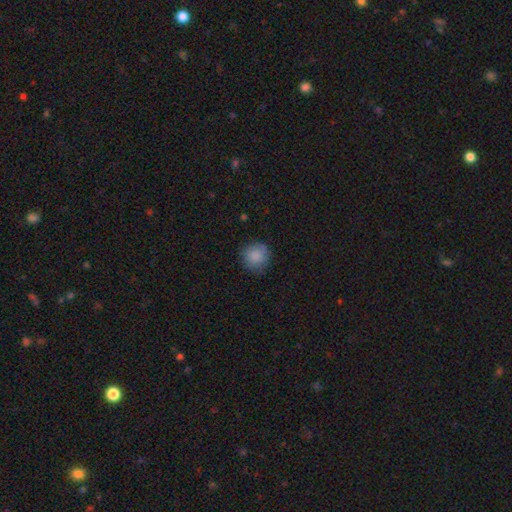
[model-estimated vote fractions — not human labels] A smooth galaxy with no disk features (87%) that is round (92%). Merging: none (82%).